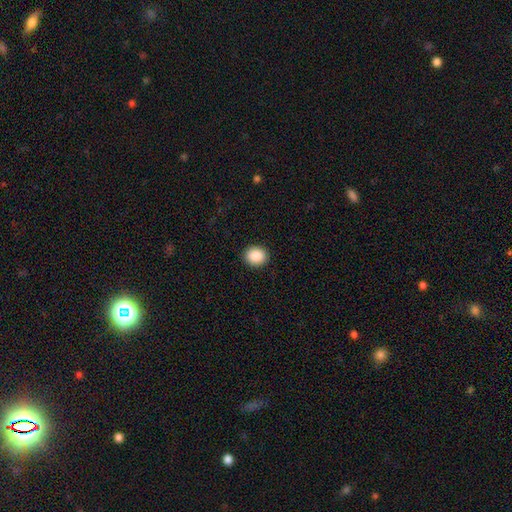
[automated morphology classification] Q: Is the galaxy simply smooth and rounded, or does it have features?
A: smooth — 88%.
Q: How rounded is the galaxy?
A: round — 71%.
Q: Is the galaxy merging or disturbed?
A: none — 92%.